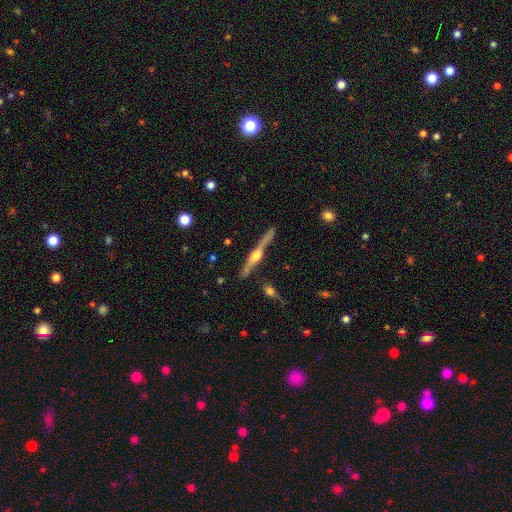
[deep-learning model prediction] Smooth or featured?
  - featured or disk: 80% *
  - smooth: 14%
  - star or artifact: 6%
Edge-on disk?
  - yes: 97% *
  - no: 3%
Edge-on bulge?
  - rounded: 91% *
  - boxy: 6%
  - none: 3%
Merging?
  - none: 78% *
  - minor disturbance: 14%
  - merger: 4%
  - major disturbance: 4%